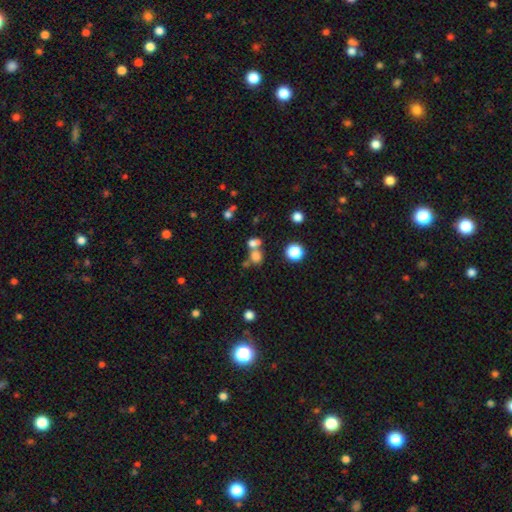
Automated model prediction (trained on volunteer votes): Smooth or featured: smooth — 73% (star or artifact — 17%)
How rounded: round — 71% (in between — 27%)
Merging: merger — 47% (none — 41%)